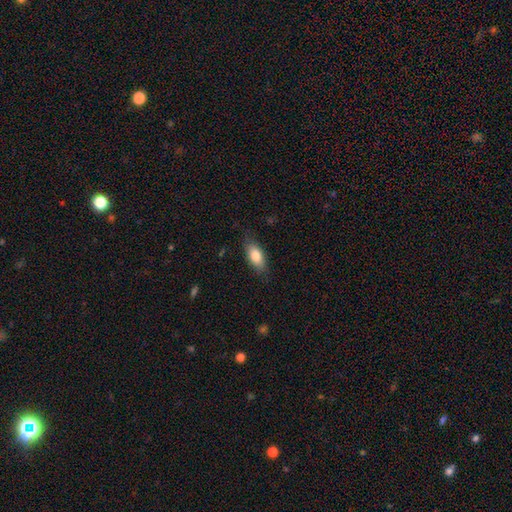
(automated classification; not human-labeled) This is clearly a smooth galaxy (80%). How rounded: clearly in between (85%). Merging: clearly none (80%).